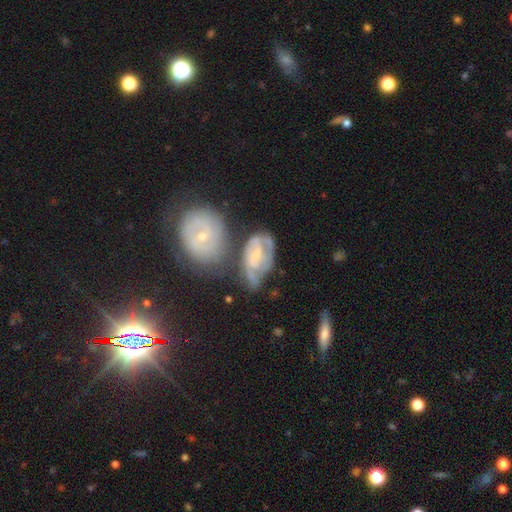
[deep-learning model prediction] This is likely a featured or disk galaxy (71%). It is clearly not viewed edge-on (96%). Bar: possibly no (53%). Spiral arm pattern: likely yes (77%). Spiral arm count: marginally can't tell (40%). Spiral winding: possibly tight (50%). Central bulge: likely small (67%). Merging: marginally none (35%).